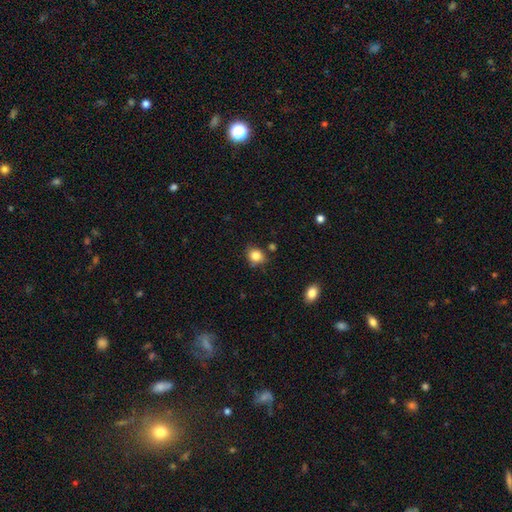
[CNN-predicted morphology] Smooth or featured? smooth (84%)
How rounded? round (63%)
Merging? none (74%)